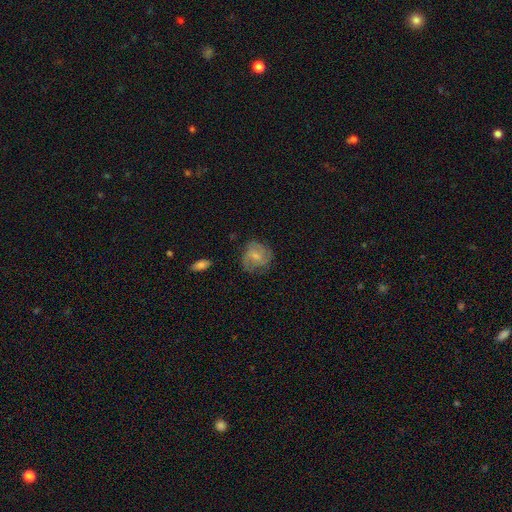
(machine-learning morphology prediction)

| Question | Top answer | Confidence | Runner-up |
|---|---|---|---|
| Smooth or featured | featured or disk | 61% | smooth (32%) |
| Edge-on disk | no | 98% | yes (2%) |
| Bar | no | 53% | weak (41%) |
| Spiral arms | yes | 88% | no (12%) |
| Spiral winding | medium | 44% | tight (41%) |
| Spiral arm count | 2 | 32% | can't tell (27%) |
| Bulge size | small | 58% | moderate (28%) |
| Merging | none | 70% | minor disturbance (20%) |